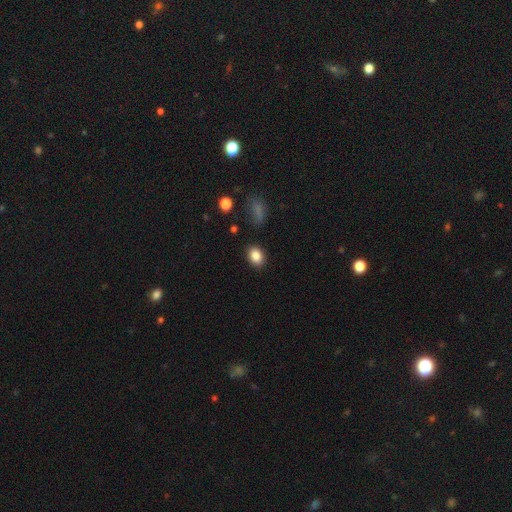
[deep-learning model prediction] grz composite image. It shows a smooth galaxy with no disk features (86%) that is in between round and cigar-shaped (68%). Merging: none (87%).